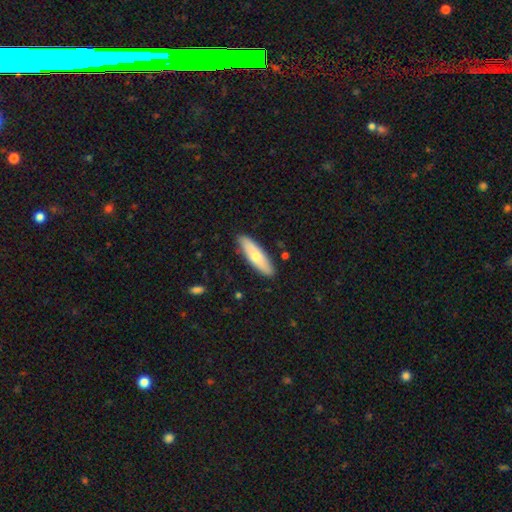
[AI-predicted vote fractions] A smooth galaxy with no disk features (65%) that is cigar-shaped (58%).

Vote fractions:
- Smooth or featured? smooth: 65% / featured or disk: 29% / star or artifact: 5%
- How rounded? cigar-shaped: 58% / in between: 40% / round: 2%
- Merging? none: 88% / minor disturbance: 9% / major disturbance: 2% / merger: 1%